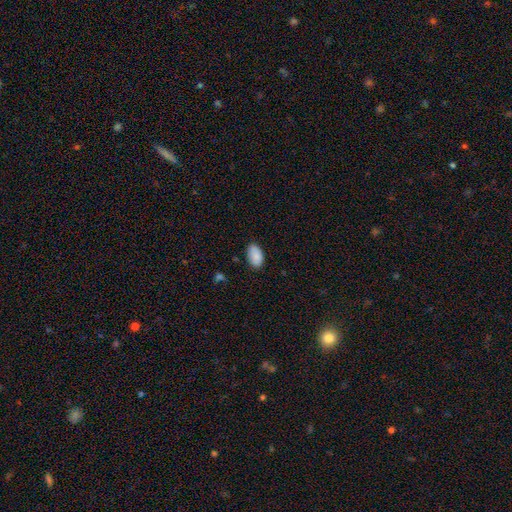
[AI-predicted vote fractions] A smooth galaxy with no disk features (88%) that is in between round and cigar-shaped (95%).

Vote fractions:
- Smooth or featured? smooth: 88% / star or artifact: 7% / featured or disk: 5%
- How rounded? in between: 95% / round: 4% / cigar-shaped: 1%
- Merging? none: 82% / minor disturbance: 14% / major disturbance: 3% / merger: 1%